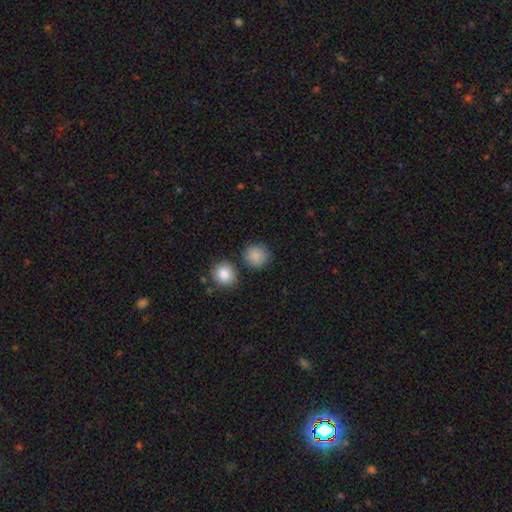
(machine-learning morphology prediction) smooth_or_featured: smooth (p=0.87) [alt: star or artifact p=0.09]
how_rounded: round (p=0.91) [alt: in between p=0.08]
merging: none (p=0.79) [alt: minor disturbance p=0.10]